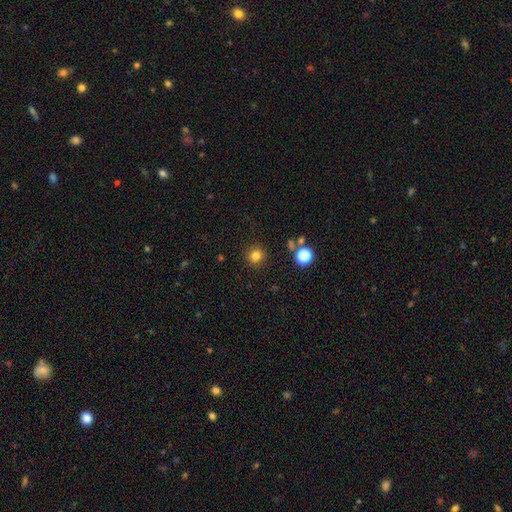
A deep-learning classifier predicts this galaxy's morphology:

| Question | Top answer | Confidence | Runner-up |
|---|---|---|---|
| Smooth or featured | smooth | 80% | star or artifact (14%) |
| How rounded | round | 93% | in between (6%) |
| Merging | none | 90% | minor disturbance (6%) |